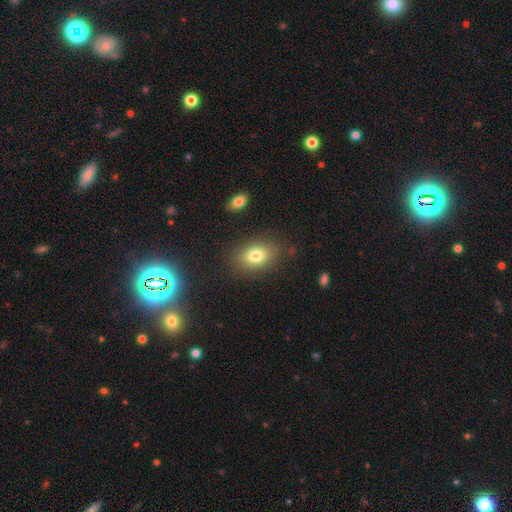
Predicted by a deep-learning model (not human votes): Morphology: type=smooth (79%); roundness=in between (72%); merging=none (83%).